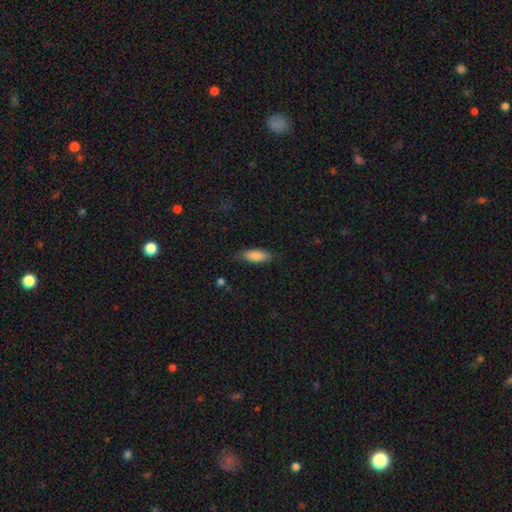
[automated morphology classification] This appears to be a smooth galaxy with no disk features (85%) that is in between round and cigar-shaped (73%). Merging: none (79%).